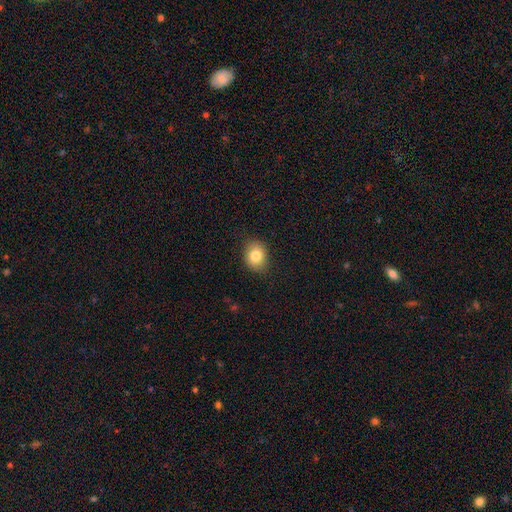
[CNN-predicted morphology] Smooth or featured? Predicted: smooth (p=0.82). How rounded? Predicted: round (p=0.54). Merging? Predicted: none (p=0.86).